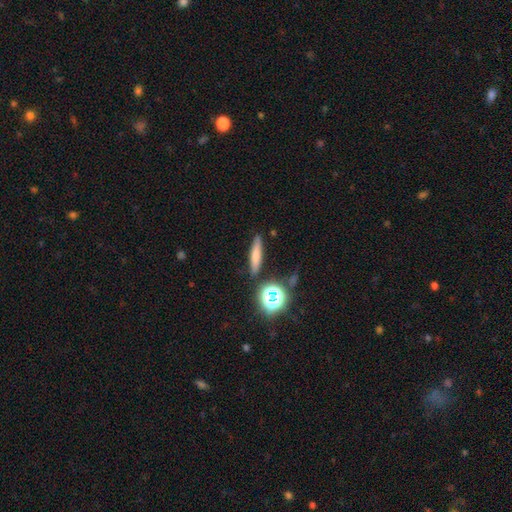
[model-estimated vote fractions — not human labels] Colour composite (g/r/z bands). It shows a smooth galaxy with no disk features (67%) that is cigar-shaped (81%). Merging: none (86%).